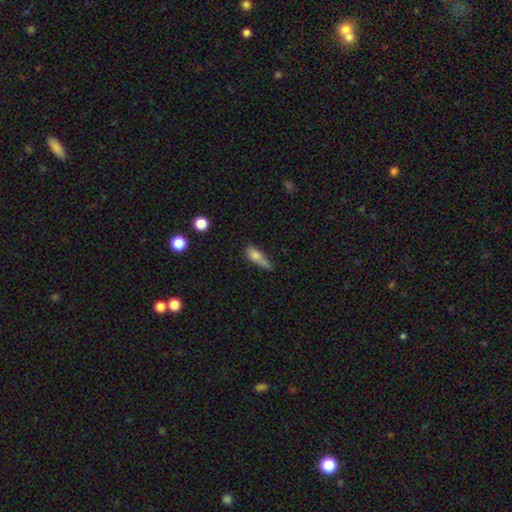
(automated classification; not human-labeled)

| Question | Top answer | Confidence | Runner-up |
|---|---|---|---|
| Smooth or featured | smooth | 74% | featured or disk (16%) |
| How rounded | in between | 56% | cigar-shaped (38%) |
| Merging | minor disturbance | 38% | none (34%) |